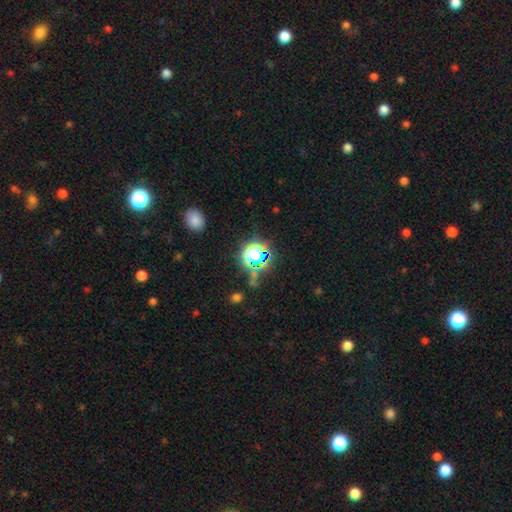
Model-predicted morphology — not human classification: Smooth or featured: star or artifact — 74% (smooth — 18%)